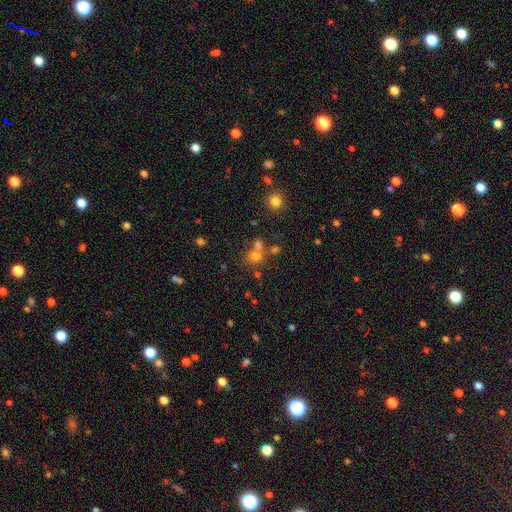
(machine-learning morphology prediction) type=smooth (69%); roundness=round (77%); merging=none (47%).